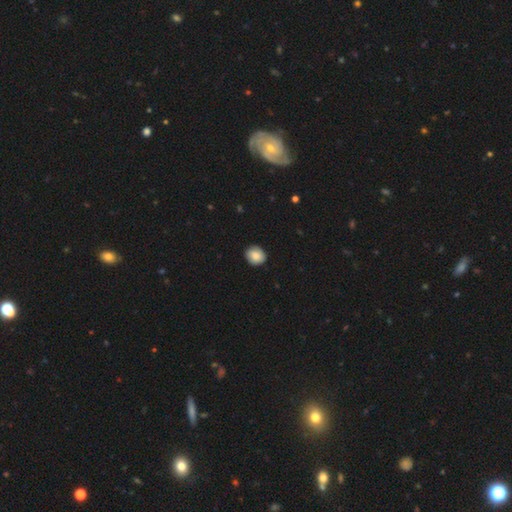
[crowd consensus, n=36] Volunteers were most divided on "how rounded": round: 68%, in between: 32%, cigar-shaped: 0%. More confident: smooth or featured — smooth (94%); merging — none (94%).